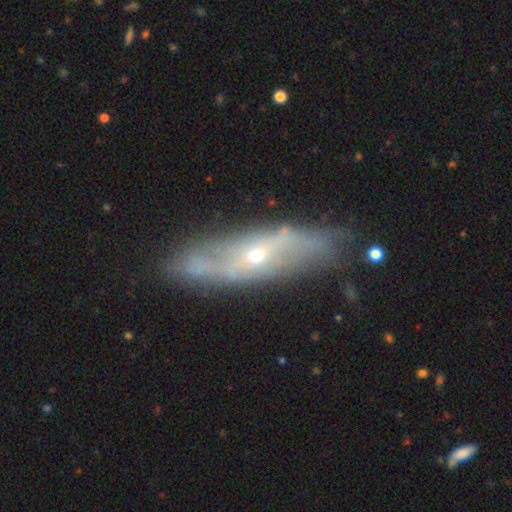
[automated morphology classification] smooth_or_featured: featured or disk (p=0.74) [alt: smooth p=0.18]
disk_edge_on: no (p=0.62) [alt: yes p=0.38]
merging: none (p=0.73) [alt: minor disturbance p=0.18]